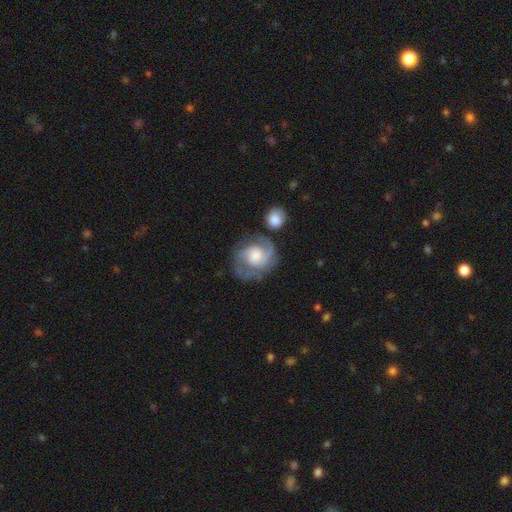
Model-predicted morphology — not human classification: This appears to be a featured or disk galaxy (82%) with no bar (60%), 2 (73%) medium (49%) spiral arms (95%) and a moderate central bulge (41%). Merging: none (60%).